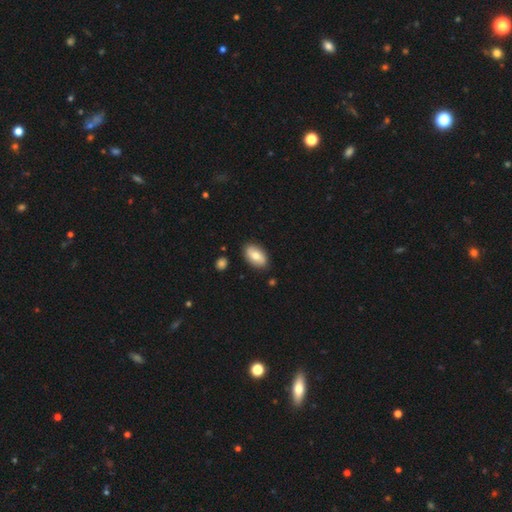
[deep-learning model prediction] Smooth or featured? Predicted: smooth (p=0.70). How rounded? Predicted: in between (p=0.93). Merging? Predicted: none (p=0.86).